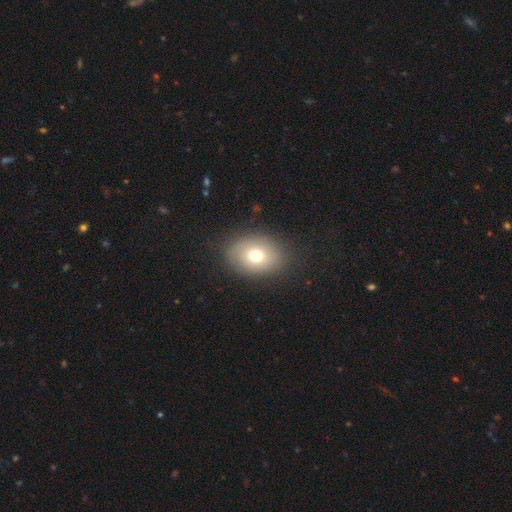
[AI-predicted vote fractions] The model was most divided on "how rounded": in between: 69%, round: 30%, cigar-shaped: 1%. More confident: merging — none (83%); smooth or featured — smooth (72%).